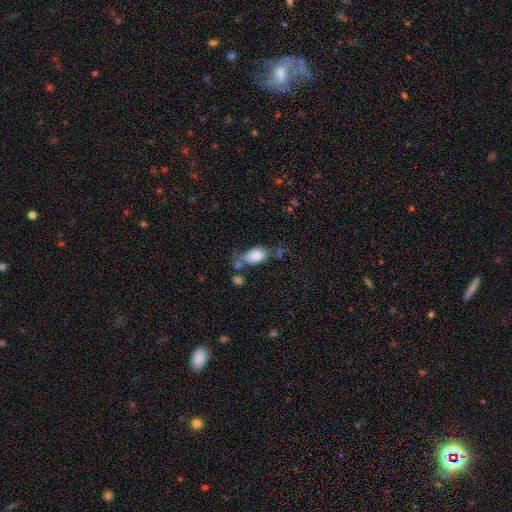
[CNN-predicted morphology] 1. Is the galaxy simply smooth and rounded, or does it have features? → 80% smooth, 12% featured or disk, 8% star or artifact.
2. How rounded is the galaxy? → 84% in between, 14% round, 2% cigar-shaped.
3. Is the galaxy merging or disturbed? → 42% none, 25% minor disturbance, 19% merger, 14% major disturbance.